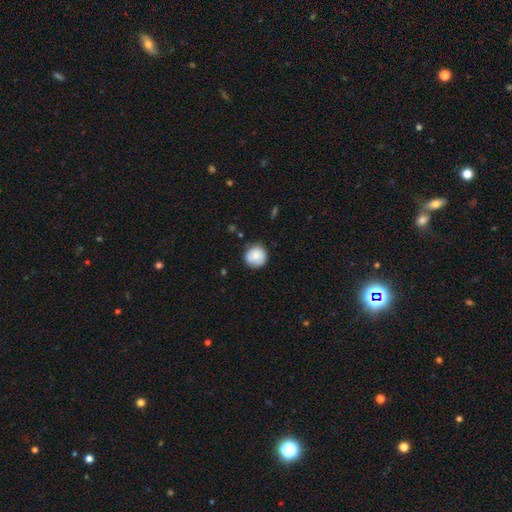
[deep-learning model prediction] Smooth or featured? Predicted: smooth (p=0.79). How rounded? Predicted: round (p=0.93). Merging? Predicted: none (p=0.78).